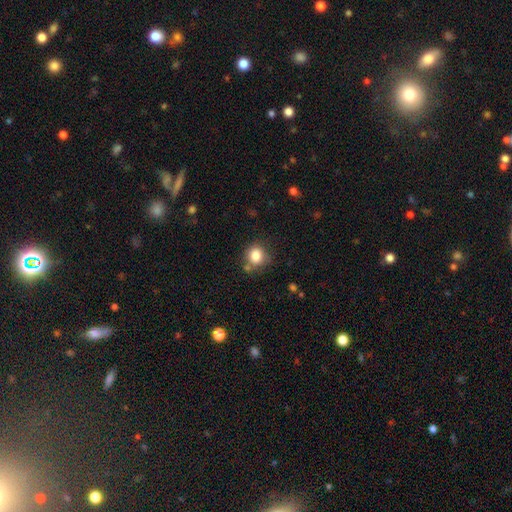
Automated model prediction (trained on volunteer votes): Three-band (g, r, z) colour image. It shows a smooth galaxy with no disk features (83%) that is round (81%). Merging: none (70%).